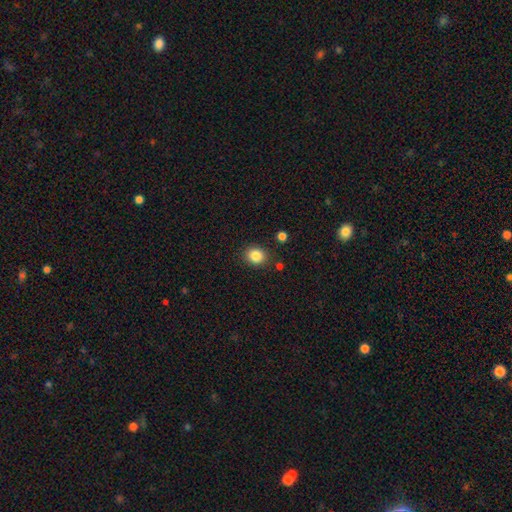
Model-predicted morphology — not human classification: A smooth galaxy with no disk features (85%) that is round (70%). Merging: none (86%).